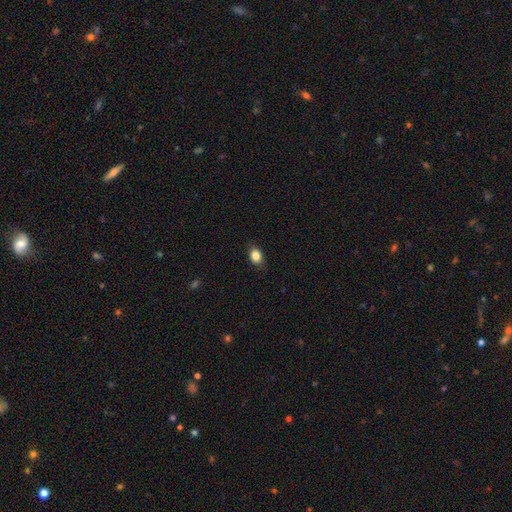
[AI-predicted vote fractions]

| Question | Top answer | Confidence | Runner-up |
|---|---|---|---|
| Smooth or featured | smooth | 85% | star or artifact (10%) |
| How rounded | in between | 66% | round (32%) |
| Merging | none | 84% | minor disturbance (12%) |